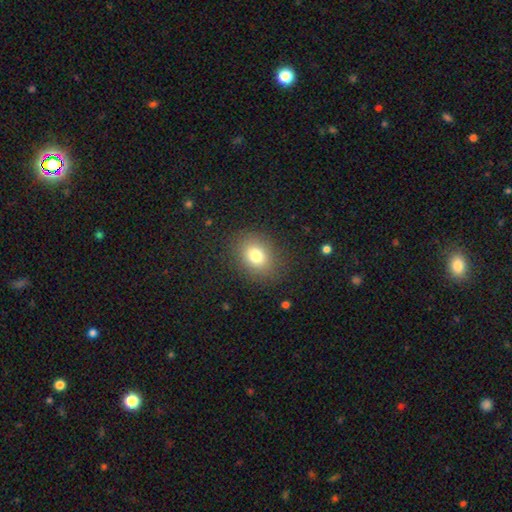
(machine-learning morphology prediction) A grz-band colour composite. It shows a smooth galaxy with no disk features (78%) that is in between round and cigar-shaped (53%). Merging: none (85%).